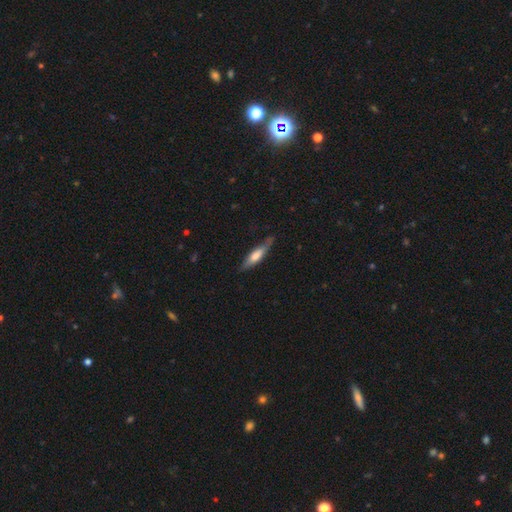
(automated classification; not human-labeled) A smooth galaxy with no disk features (52%) that is cigar-shaped (75%).

Vote fractions:
- Smooth or featured? smooth: 52% / featured or disk: 43% / star or artifact: 6%
- How rounded? cigar-shaped: 75% / in between: 24% / round: 2%
- Merging? none: 73% / minor disturbance: 21% / major disturbance: 5% / merger: 2%